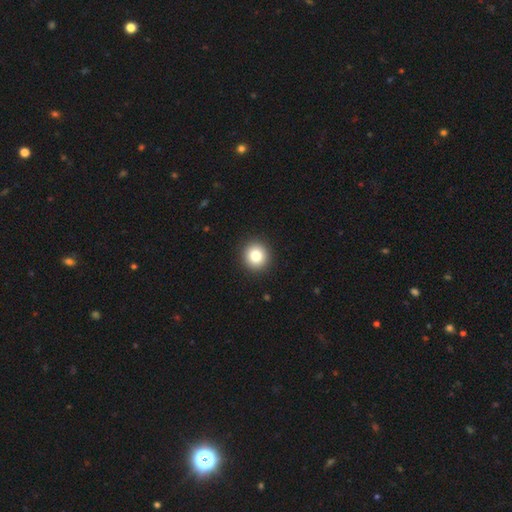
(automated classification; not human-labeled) The model was most divided on "smooth or featured": smooth: 84%, star or artifact: 10%, featured or disk: 6%. More confident: merging — none (93%); how rounded — round (92%).